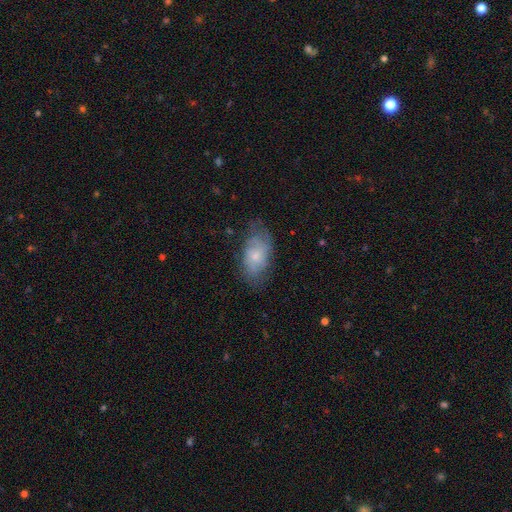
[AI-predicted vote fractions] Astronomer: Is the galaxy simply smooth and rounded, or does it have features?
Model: smooth — 54% (runner-up: featured or disk, 39%).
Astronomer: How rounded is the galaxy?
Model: in between — 91%.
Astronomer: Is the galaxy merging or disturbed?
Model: none — 61%.